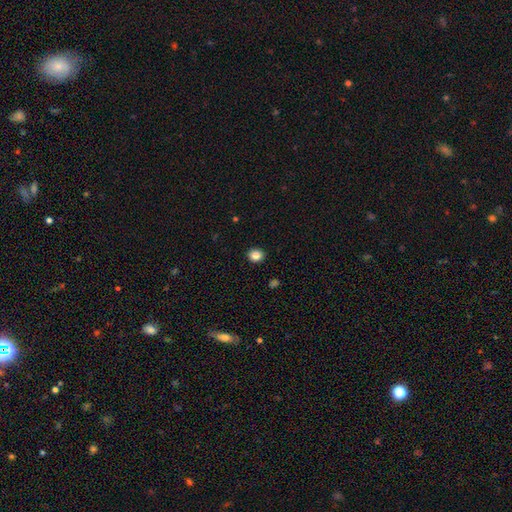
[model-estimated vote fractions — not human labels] smooth_or_featured: smooth (p=0.85) [alt: star or artifact p=0.10]
how_rounded: round (p=0.67) [alt: in between p=0.33]
merging: none (p=0.91) [alt: minor disturbance p=0.06]